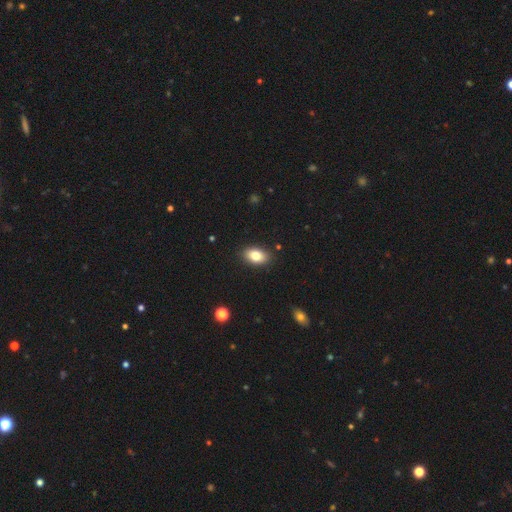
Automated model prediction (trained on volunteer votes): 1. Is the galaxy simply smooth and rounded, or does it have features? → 81% smooth, 11% featured or disk, 8% star or artifact.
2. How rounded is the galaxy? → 89% in between, 10% round, 2% cigar-shaped.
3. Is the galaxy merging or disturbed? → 88% none, 9% minor disturbance, 2% major disturbance, 1% merger.